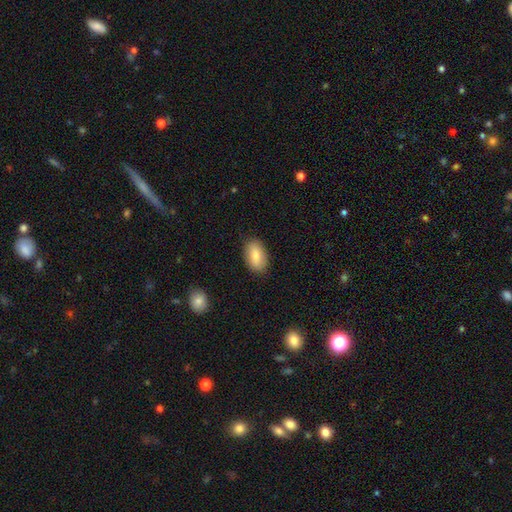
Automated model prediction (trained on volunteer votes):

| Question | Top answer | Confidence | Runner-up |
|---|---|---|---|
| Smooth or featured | smooth | 83% | featured or disk (10%) |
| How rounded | in between | 92% | round (5%) |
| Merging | none | 86% | minor disturbance (10%) |